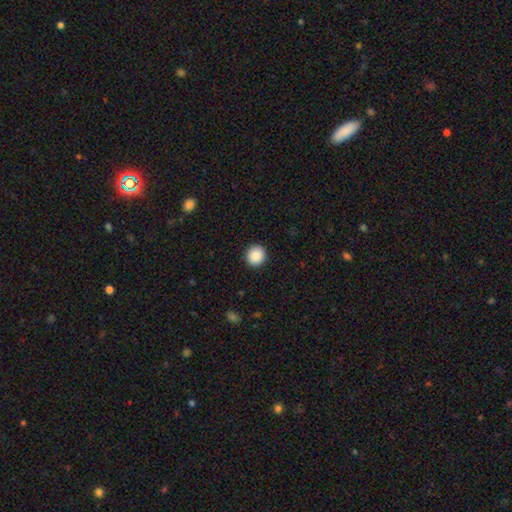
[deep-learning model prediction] Smooth or featured?
  - smooth: 89% *
  - star or artifact: 8%
  - featured or disk: 3%
How rounded?
  - round: 93% *
  - in between: 6%
  - cigar-shaped: 1%
Merging?
  - none: 93% *
  - minor disturbance: 4%
  - major disturbance: 2%
  - merger: 1%